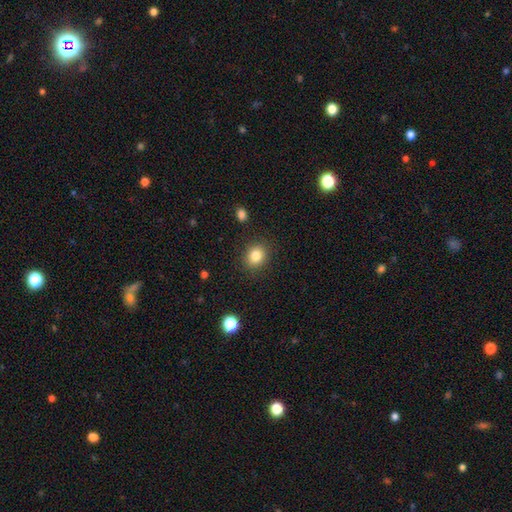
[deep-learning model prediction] smooth 84%, star or artifact 10%, featured or disk 6%. Down the decision tree: how rounded — round (67%); merging — none (87%).